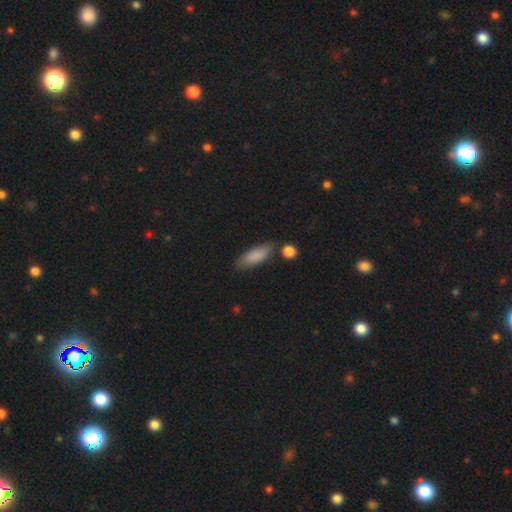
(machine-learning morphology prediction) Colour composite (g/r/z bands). It shows a smooth galaxy with no disk features (83%) that is in between round and cigar-shaped (59%). Merging: none (71%).